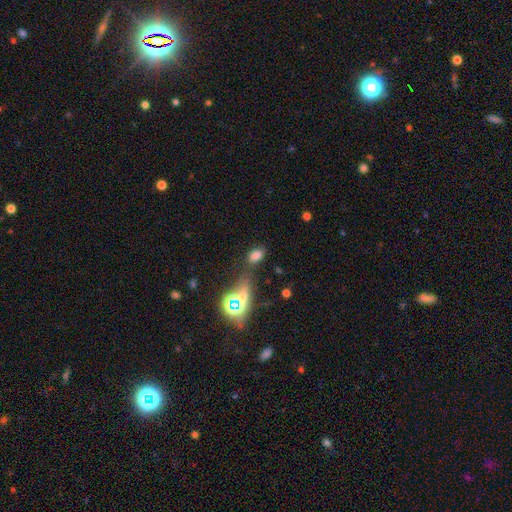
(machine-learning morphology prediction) A smooth galaxy with no disk features (69%) that is in between round and cigar-shaped (87%). Merging: none (65%).